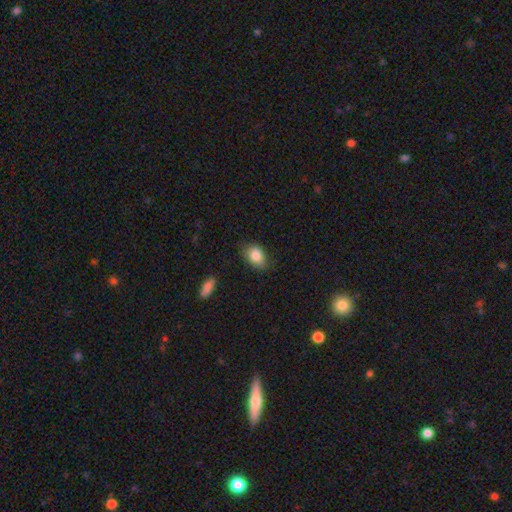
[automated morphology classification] type=smooth (85%); roundness=in between (83%); merging=none (73%).